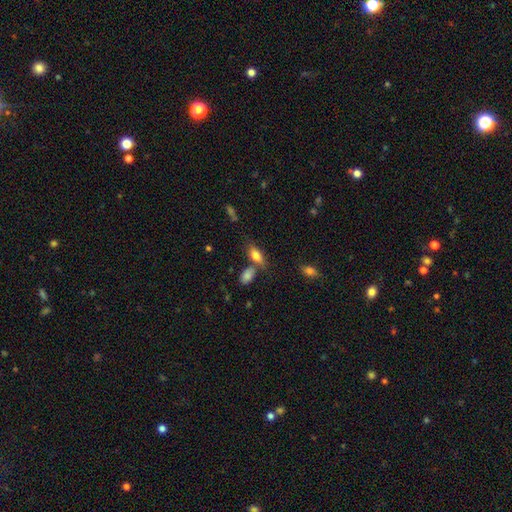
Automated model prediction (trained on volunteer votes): A smooth galaxy with no disk features (78%) that is in between round and cigar-shaped (83%). Merging: none (57%).